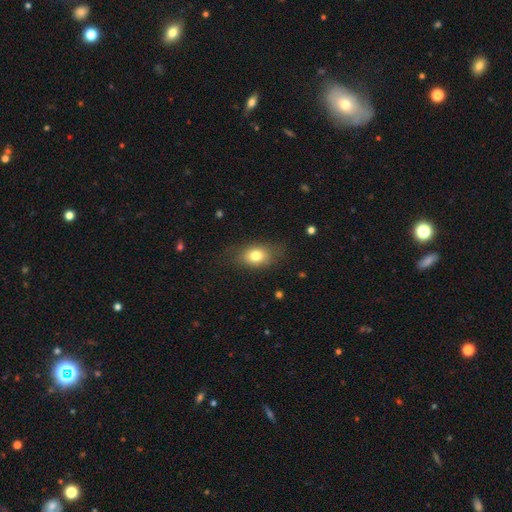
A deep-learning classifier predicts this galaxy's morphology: A smooth galaxy with no disk features (78%) that is in between round and cigar-shaped (74%).

Vote fractions:
- Smooth or featured? smooth: 78% / featured or disk: 13% / star or artifact: 10%
- How rounded? in between: 74% / round: 24% / cigar-shaped: 2%
- Merging? none: 74% / minor disturbance: 18% / major disturbance: 7% / merger: 1%